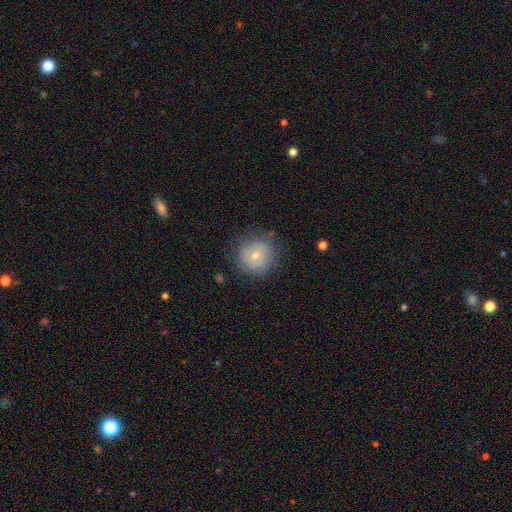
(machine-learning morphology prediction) Q: Smooth or featured?
A: smooth (56%); runner-up: featured or disk (36%)
Q: How rounded?
A: round (89%); runner-up: in between (10%)
Q: Merging?
A: none (76%); runner-up: minor disturbance (17%)